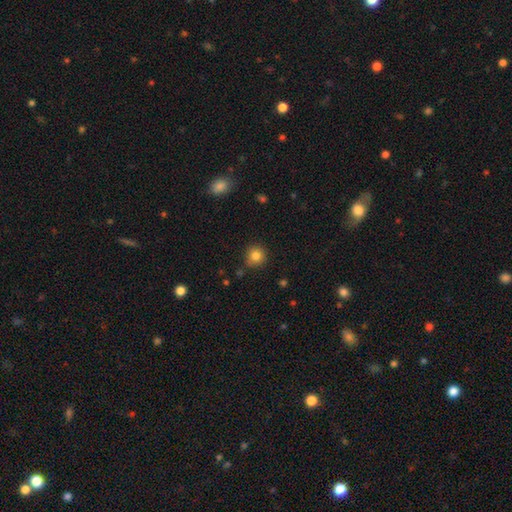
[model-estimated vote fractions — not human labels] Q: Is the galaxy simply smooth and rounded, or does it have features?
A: smooth — 82%.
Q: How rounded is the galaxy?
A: round — 92%.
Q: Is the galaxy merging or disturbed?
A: none — 83%.